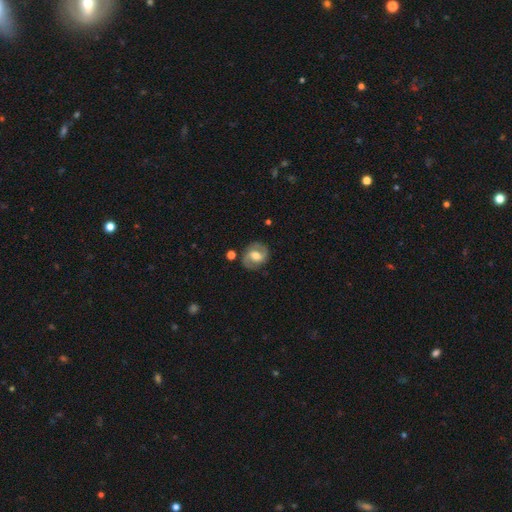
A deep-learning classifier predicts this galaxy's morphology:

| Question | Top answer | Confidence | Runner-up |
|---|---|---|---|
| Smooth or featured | featured or disk | 77% | smooth (17%) |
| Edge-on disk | no | 97% | yes (3%) |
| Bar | weak | 47% | no (32%) |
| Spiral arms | yes | 91% | no (9%) |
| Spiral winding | medium | 54% | tight (27%) |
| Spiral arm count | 2 | 90% | can't tell (5%) |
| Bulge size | moderate | 66% | large (16%) |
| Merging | none | 82% | minor disturbance (12%) |